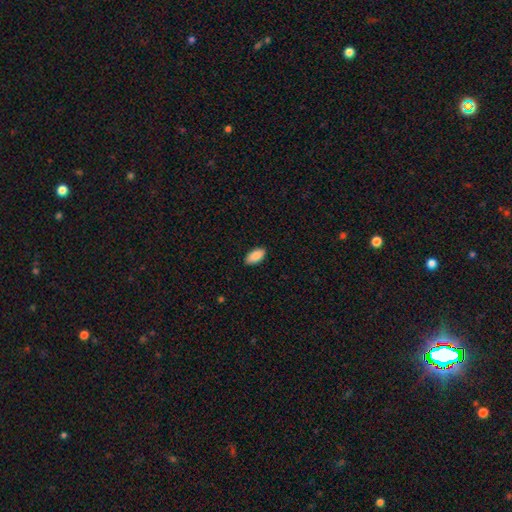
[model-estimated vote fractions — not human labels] smooth_or_featured: smooth (p=0.90) [alt: star or artifact p=0.06]
how_rounded: in between (p=0.94) [alt: cigar-shaped p=0.04]
merging: none (p=0.88) [alt: minor disturbance p=0.09]